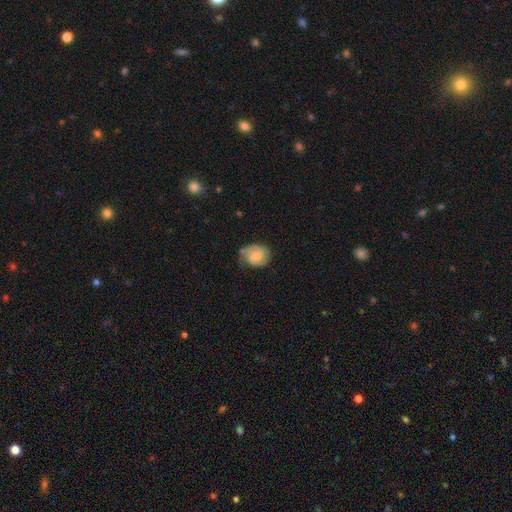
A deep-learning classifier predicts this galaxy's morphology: smooth_or_featured: featured or disk (p=0.50) [alt: smooth p=0.43]
merging: none (p=0.53) [alt: minor disturbance p=0.30]